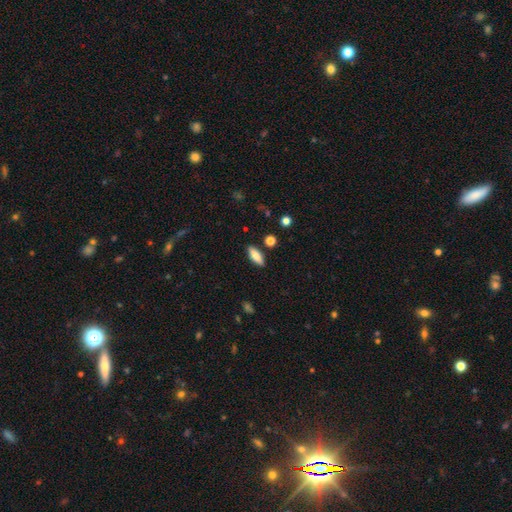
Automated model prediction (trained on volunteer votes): smooth 81%, featured or disk 11%, star or artifact 7%. Down the decision tree: how rounded — in between (67%); merging — none (86%).